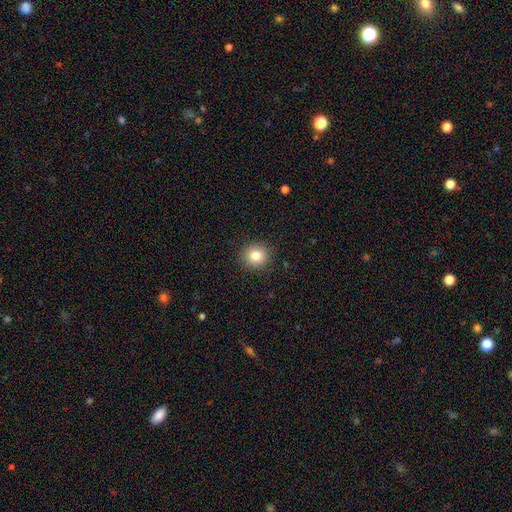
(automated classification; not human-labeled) Overall: smooth (83%). How rounded: round (90%). Merging: none (90%).